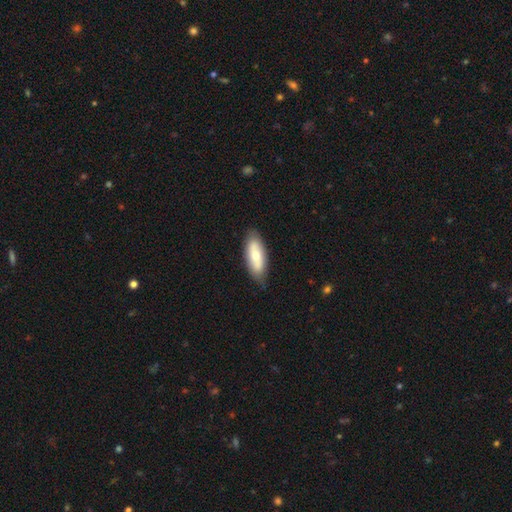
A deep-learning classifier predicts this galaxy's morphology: type=smooth (63%); roundness=in between (81%); merging=none (80%).